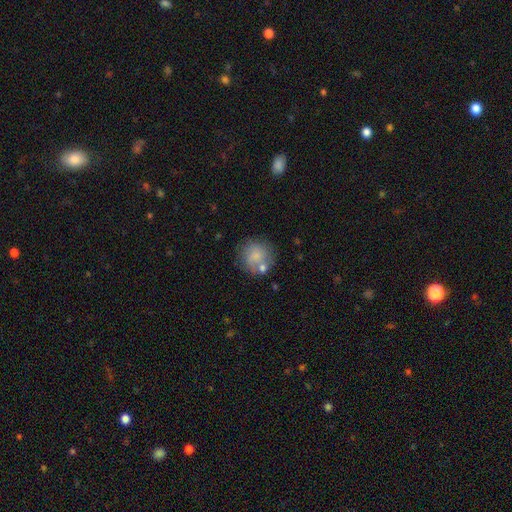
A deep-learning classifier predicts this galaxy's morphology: smooth 74%, featured or disk 18%, star or artifact 9%. Down the decision tree: how rounded — round (89%); merging — none (62%).